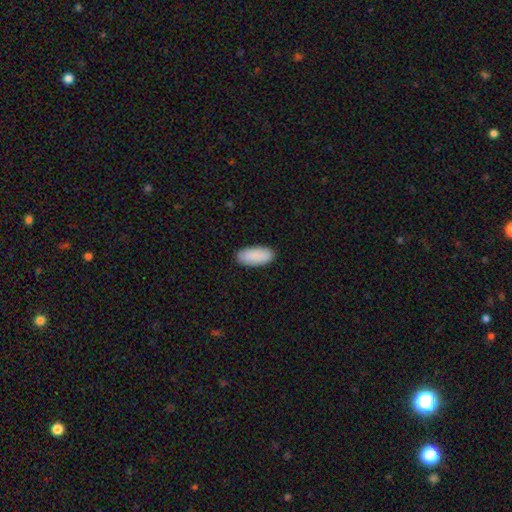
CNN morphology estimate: The model was most divided on "how rounded": in between: 89%, cigar-shaped: 9%, round: 2%. More confident: smooth or featured — smooth (90%); merging — none (89%).